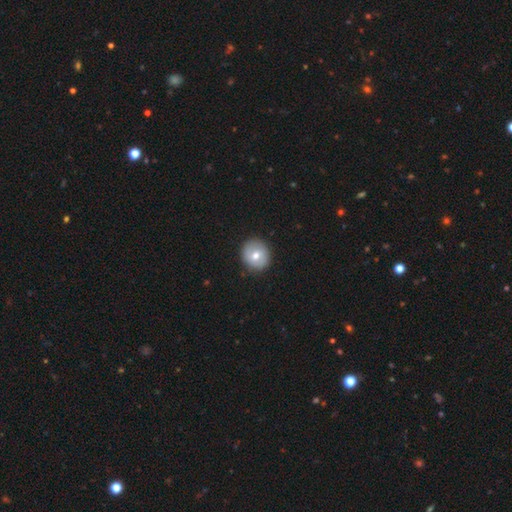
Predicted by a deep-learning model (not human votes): smooth-or-featured: smooth: 65% | featured or disk: 28% | star or artifact: 7%
  how-rounded: round: 86% | in between: 13% | cigar-shaped: 1%
  merging: none: 88% | minor disturbance: 9% | major disturbance: 2% | merger: 1%